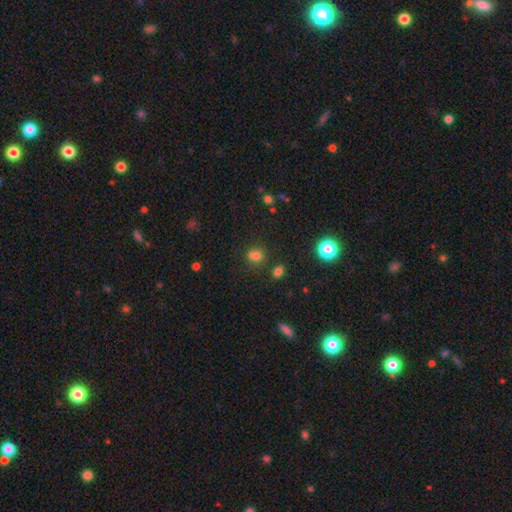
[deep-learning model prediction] Smooth or featured?
  - smooth: 70% *
  - star or artifact: 21%
  - featured or disk: 9%
How rounded?
  - round: 68% *
  - in between: 30%
  - cigar-shaped: 1%
Merging?
  - none: 60% *
  - merger: 22%
  - minor disturbance: 14%
  - major disturbance: 5%